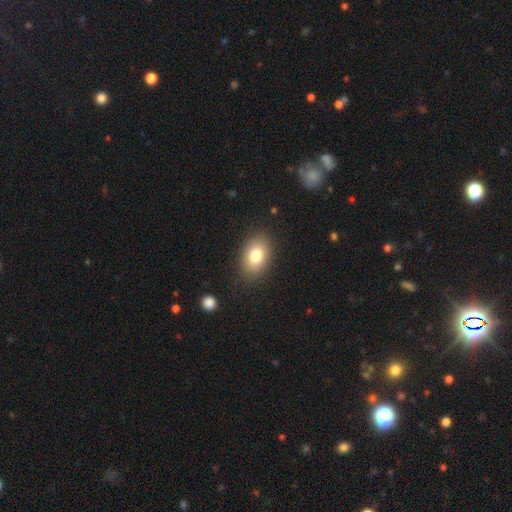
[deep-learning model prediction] A smooth galaxy with no disk features (79%) that is in between round and cigar-shaped (84%).

Vote fractions:
- Smooth or featured? smooth: 79% / featured or disk: 12% / star or artifact: 9%
- How rounded? in between: 84% / round: 14% / cigar-shaped: 1%
- Merging? none: 86% / minor disturbance: 10% / major disturbance: 3% / merger: 1%